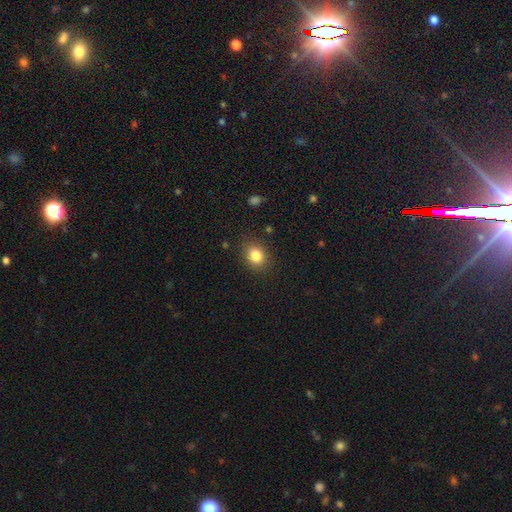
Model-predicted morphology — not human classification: Smooth or featured? smooth (83%)
How rounded? round (56%)
Merging? none (86%)